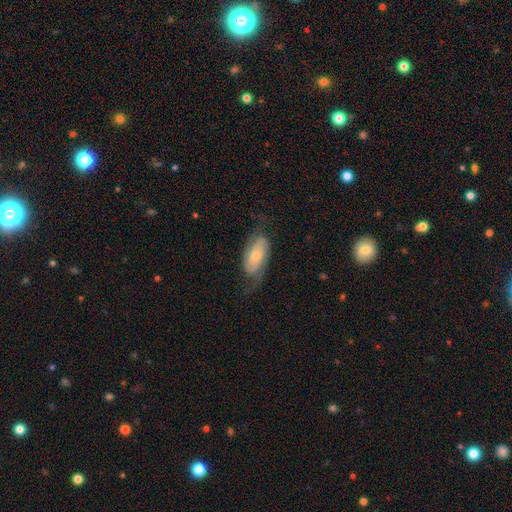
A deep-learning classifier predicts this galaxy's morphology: Q: Smooth or featured?
A: featured or disk (67%); runner-up: smooth (26%)
Q: Edge-on disk?
A: no (93%); runner-up: yes (7%)
Q: Bar?
A: no (63%); runner-up: weak (27%)
Q: Spiral arms?
A: yes (90%); runner-up: no (10%)
Q: Spiral winding?
A: medium (41%); runner-up: tight (31%)
Q: Spiral arm count?
A: 2 (78%); runner-up: can't tell (13%)
Q: Bulge size?
A: small (56%); runner-up: moderate (36%)
Q: Merging?
A: none (62%); runner-up: minor disturbance (21%)